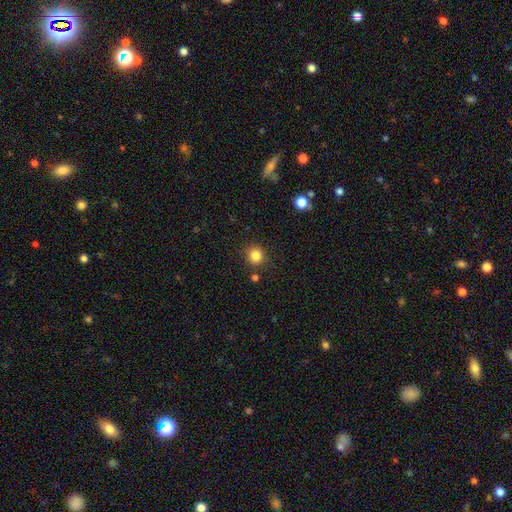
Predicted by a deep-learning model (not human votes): Q: Smooth or featured?
A: smooth (83%); runner-up: star or artifact (12%)
Q: How rounded?
A: round (90%); runner-up: in between (10%)
Q: Merging?
A: none (86%); runner-up: minor disturbance (8%)